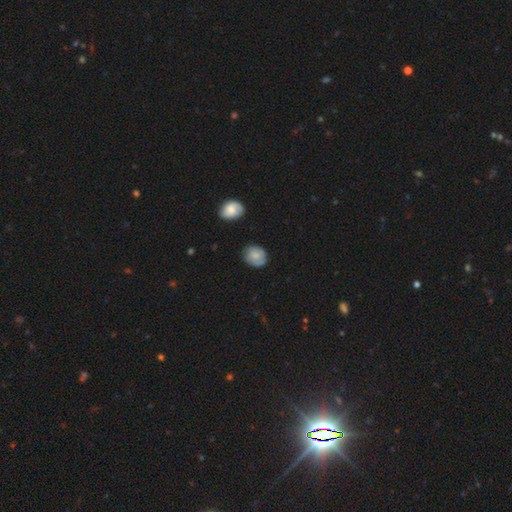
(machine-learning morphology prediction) A smooth galaxy with no disk features (61%) that is round (61%).

Vote fractions:
- Smooth or featured? smooth: 61% / featured or disk: 32% / star or artifact: 7%
- How rounded? round: 61% / in between: 38% / cigar-shaped: 1%
- Merging? none: 71% / minor disturbance: 22% / major disturbance: 5% / merger: 2%